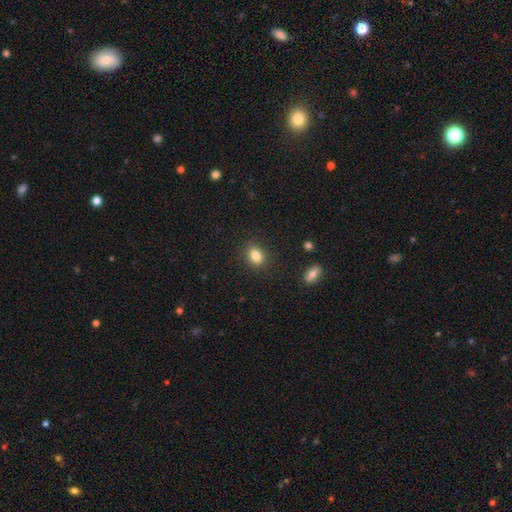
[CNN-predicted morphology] Smooth or featured? smooth (83%)
How rounded? in between (65%)
Merging? none (87%)